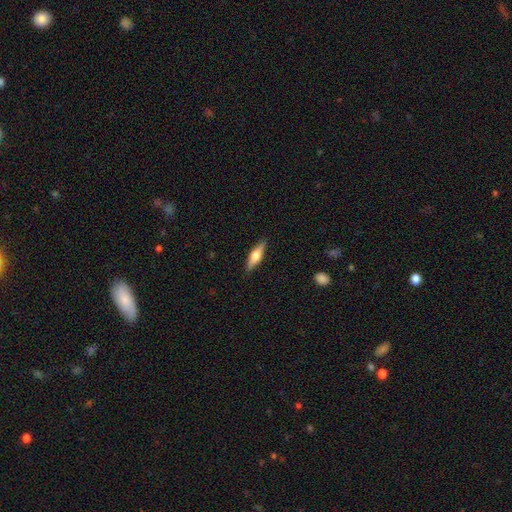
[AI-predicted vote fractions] Q: Smooth or featured?
A: featured or disk (48%); runner-up: smooth (46%)
Q: Merging?
A: none (89%); runner-up: minor disturbance (8%)